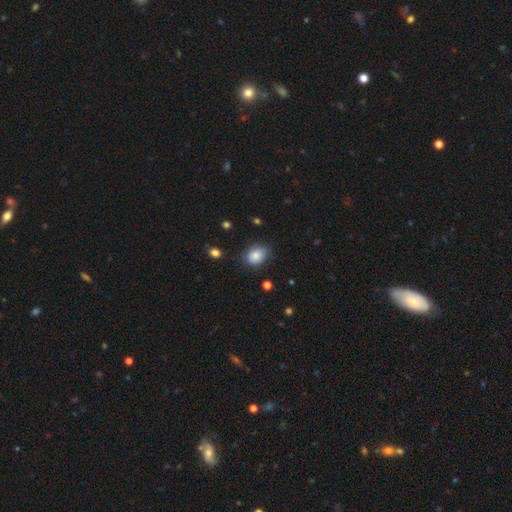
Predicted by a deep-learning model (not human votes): Smooth or featured? Predicted: smooth (p=0.83). How rounded? Predicted: in between (p=0.61). Merging? Predicted: none (p=0.69).